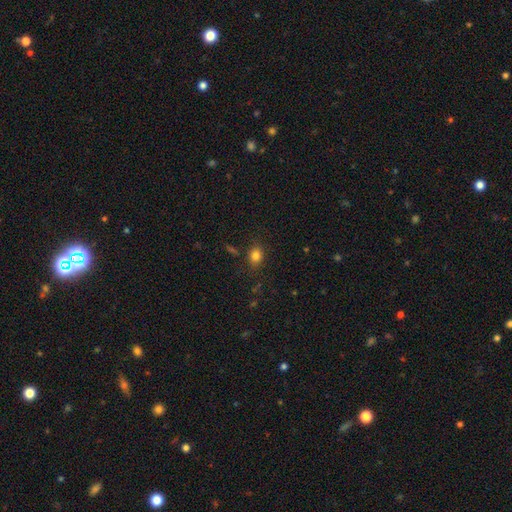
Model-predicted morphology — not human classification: The model was most divided on "how rounded": in between: 54%, round: 45%, cigar-shaped: 1%. More confident: merging — none (83%); smooth or featured — smooth (81%).